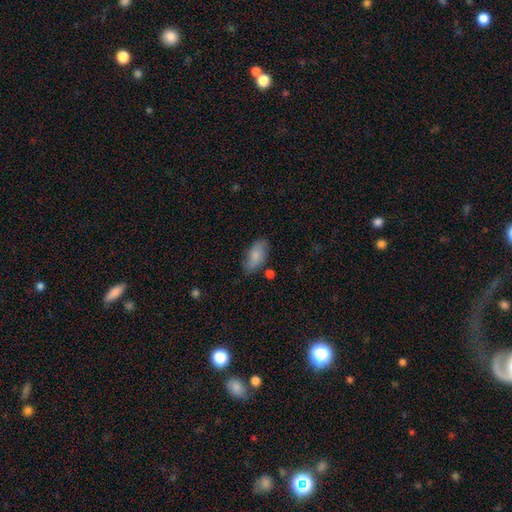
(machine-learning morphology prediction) smooth 82%, featured or disk 12%, star or artifact 6%. Down the decision tree: how rounded — in between (90%); merging — none (75%).